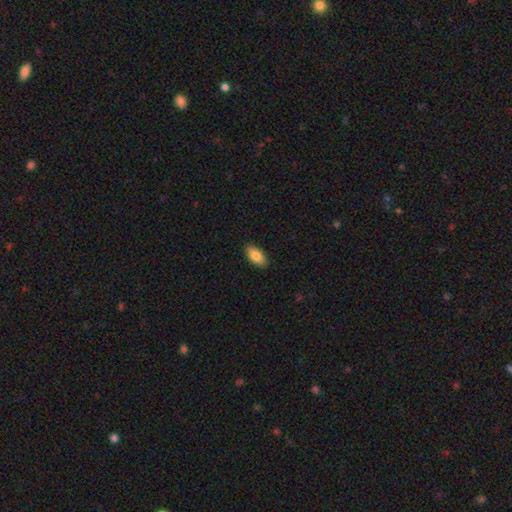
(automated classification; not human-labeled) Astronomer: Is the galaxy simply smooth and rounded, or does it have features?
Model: smooth — 85%.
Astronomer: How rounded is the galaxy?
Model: in between — 92%.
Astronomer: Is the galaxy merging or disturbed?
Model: none — 89%.